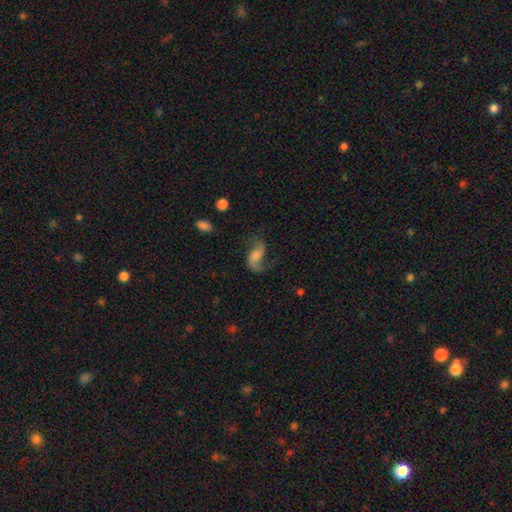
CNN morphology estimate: Overall: featured or disk (72%). Edge-on disk: no (96%). Bar: no (45%; weak 41%). Spiral arms: yes (93%). Spiral arm count: 2 (83%). Spiral winding: loose (67%). Bulge size: moderate (28%; none 25%). Merging: none (58%; major disturbance 21%).